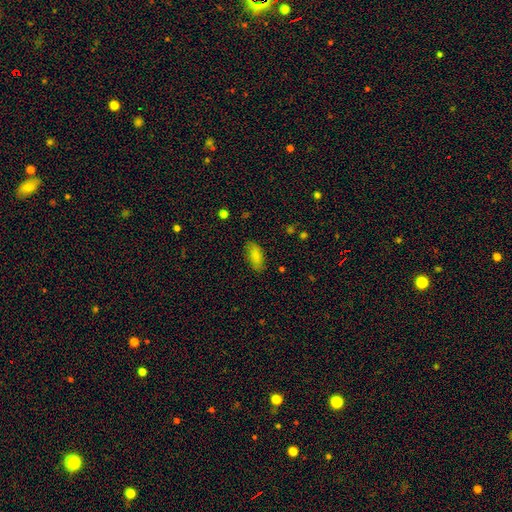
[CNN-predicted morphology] Q: Smooth or featured?
A: smooth (85%); runner-up: star or artifact (8%)
Q: How rounded?
A: in between (87%); runner-up: cigar-shaped (10%)
Q: Merging?
A: none (81%); runner-up: minor disturbance (14%)